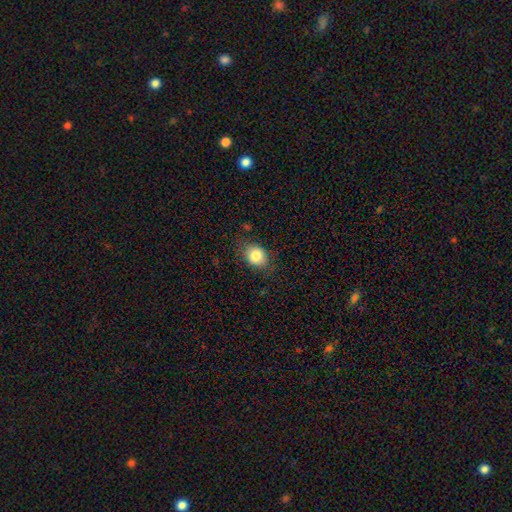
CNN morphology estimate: Smooth or featured? Predicted: smooth (p=0.81). How rounded? Predicted: round (p=0.51). Merging? Predicted: none (p=0.77).